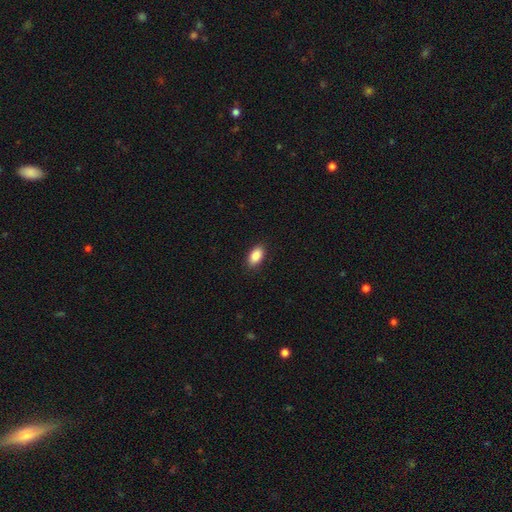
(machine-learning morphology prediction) A smooth galaxy with no disk features (89%) that is in between round and cigar-shaped (92%).

Vote fractions:
- Smooth or featured? smooth: 89% / star or artifact: 7% / featured or disk: 4%
- How rounded? in between: 92% / round: 6% / cigar-shaped: 2%
- Merging? none: 88% / minor disturbance: 9% / major disturbance: 2% / merger: 1%